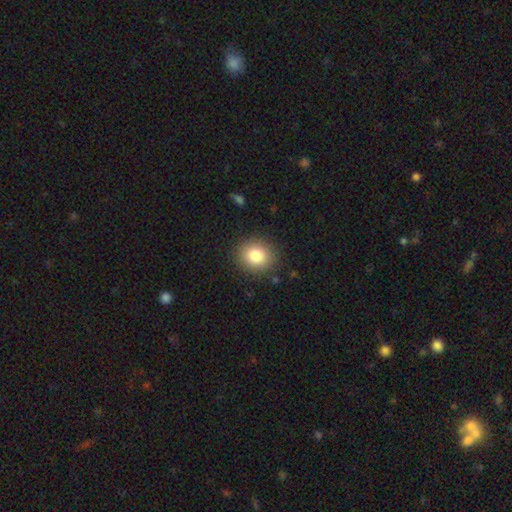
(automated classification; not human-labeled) smooth 82%, star or artifact 10%, featured or disk 8%. Down the decision tree: how rounded — round (76%); merging — none (88%).